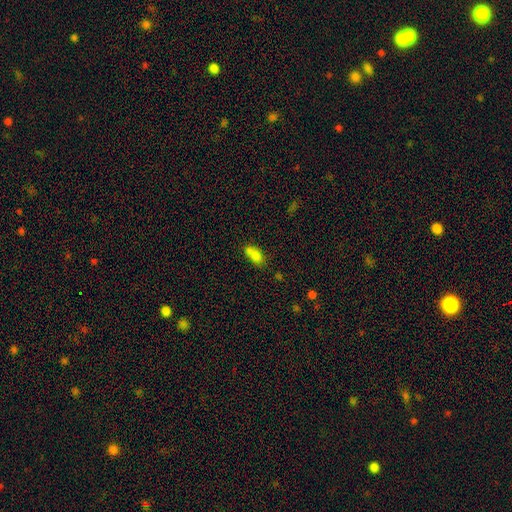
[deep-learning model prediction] Overall: smooth (78%). How rounded: in between (83%). Merging: none (40%; merger 38%).